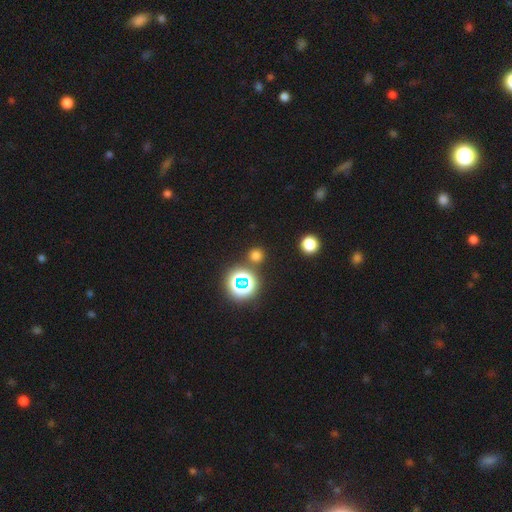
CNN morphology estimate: This appears to be a smooth galaxy with no disk features (64%) that is round (92%). Merging: none (83%).